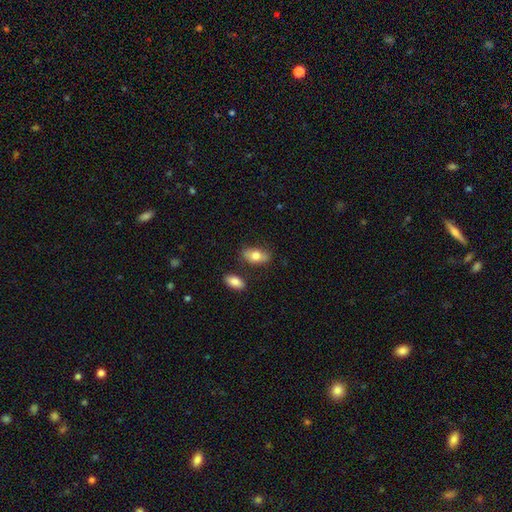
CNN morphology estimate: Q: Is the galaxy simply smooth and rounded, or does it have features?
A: smooth — 74%.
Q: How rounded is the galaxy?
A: in between — 90%.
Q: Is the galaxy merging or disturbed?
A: none — 74%.